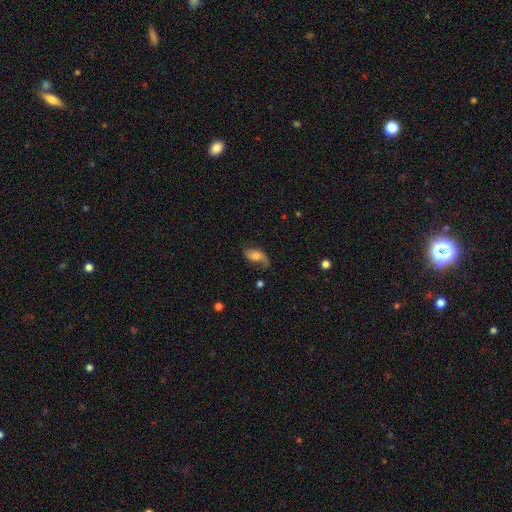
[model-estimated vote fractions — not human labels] This appears to be a featured or disk galaxy (51%). Merging: none (55%).